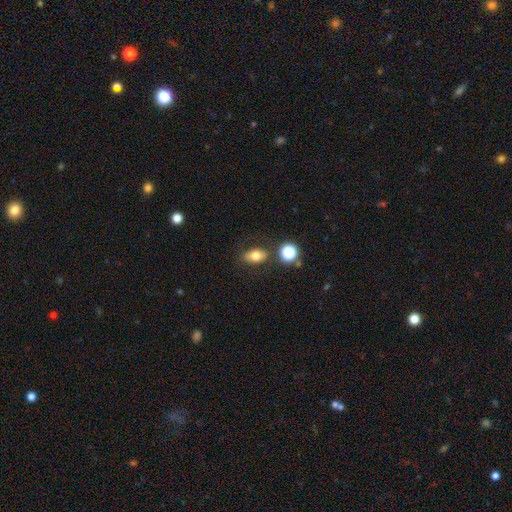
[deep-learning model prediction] Morphology: type=smooth (73%); roundness=in between (81%); merging=none (77%).